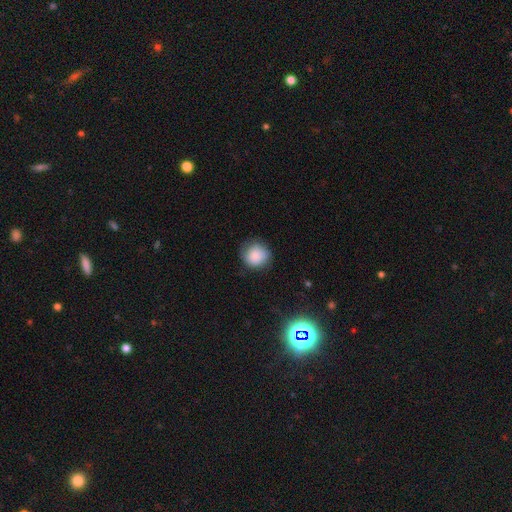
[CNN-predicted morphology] Overall: smooth (86%). How rounded: round (90%). Merging: none (78%).